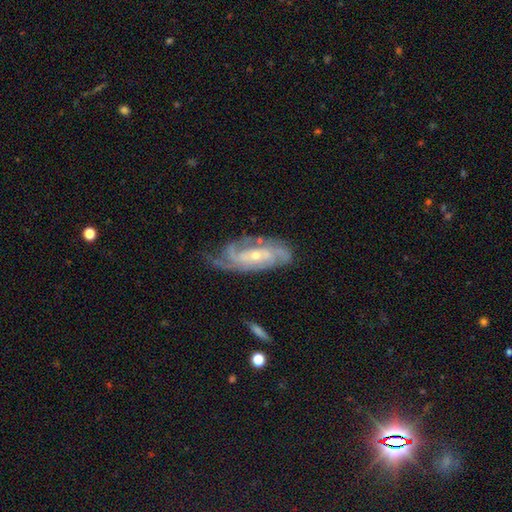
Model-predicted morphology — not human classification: Smooth or featured?
  - featured or disk: 89% *
  - smooth: 6%
  - star or artifact: 5%
Edge-on disk?
  - no: 94% *
  - yes: 6%
Bar?
  - no: 55% *
  - weak: 32%
  - strong: 13%
Spiral arms?
  - yes: 97% *
  - no: 3%
Spiral winding?
  - tight: 57% *
  - medium: 35%
  - loose: 8%
Spiral arm count?
  - 3: 32% *
  - 2: 24%
  - can't tell: 19%
  - 4: 15%
  - more than 4: 5%
  - 1: 5%
Bulge size?
  - small: 64% *
  - moderate: 33%
  - none: 1%
  - large: 1%
  - dominant: 1%
Merging?
  - none: 66% *
  - minor disturbance: 22%
  - major disturbance: 9%
  - merger: 2%